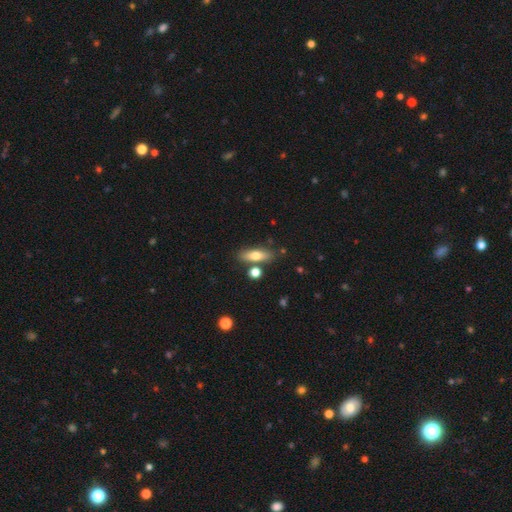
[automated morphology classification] This appears to be a smooth galaxy with no disk features (68%) that is in between round and cigar-shaped (51%). Merging: none (77%).